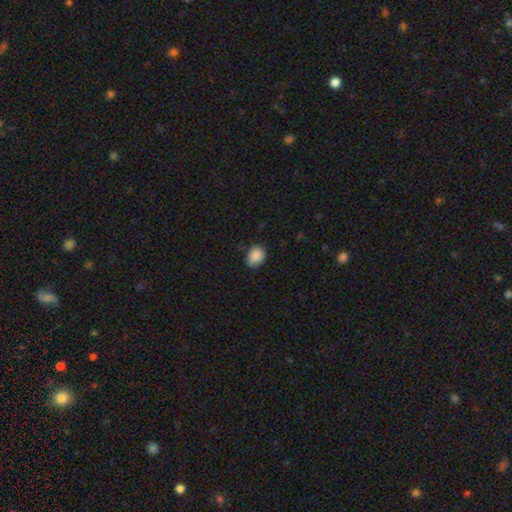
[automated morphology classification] smooth_or_featured: smooth (p=0.88) [alt: star or artifact p=0.08]
how_rounded: in between (p=0.56) [alt: round p=0.43]
merging: none (p=0.73) [alt: minor disturbance p=0.23]